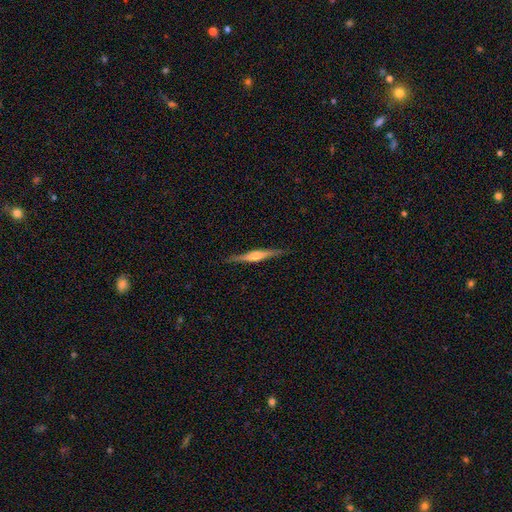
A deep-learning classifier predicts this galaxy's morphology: Overall: featured or disk (73%). Edge-on disk: yes (98%). Edge-on bulge: rounded (78%). Merging: none (88%).